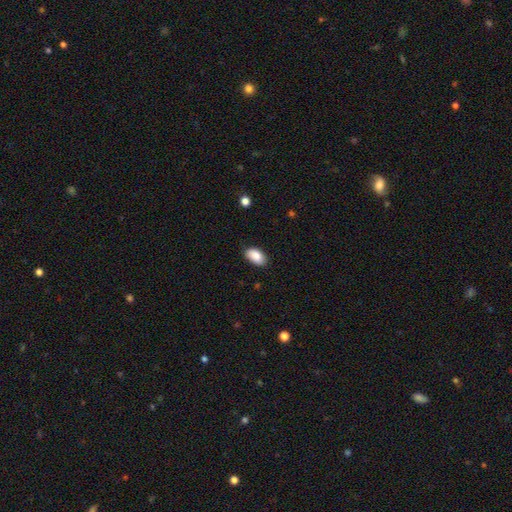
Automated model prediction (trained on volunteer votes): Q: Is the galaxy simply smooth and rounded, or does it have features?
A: smooth — 88%.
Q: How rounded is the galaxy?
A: in between — 94%.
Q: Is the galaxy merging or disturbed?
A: none — 85%.